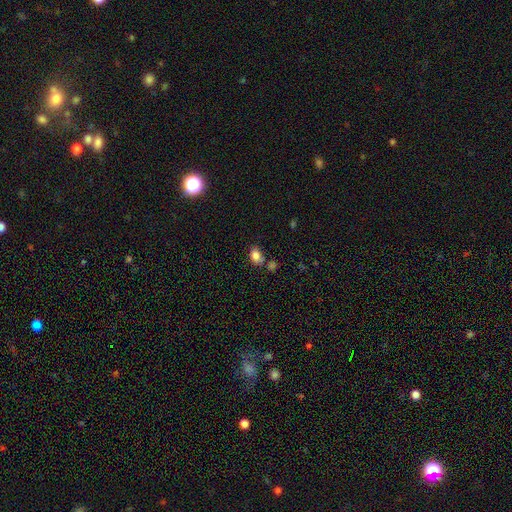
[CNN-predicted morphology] A smooth galaxy with no disk features (82%) that is in between round and cigar-shaped (75%).

Vote fractions:
- Smooth or featured? smooth: 82% / star or artifact: 11% / featured or disk: 7%
- How rounded? in between: 75% / round: 23% / cigar-shaped: 1%
- Merging? none: 64% / merger: 16% / minor disturbance: 16% / major disturbance: 4%